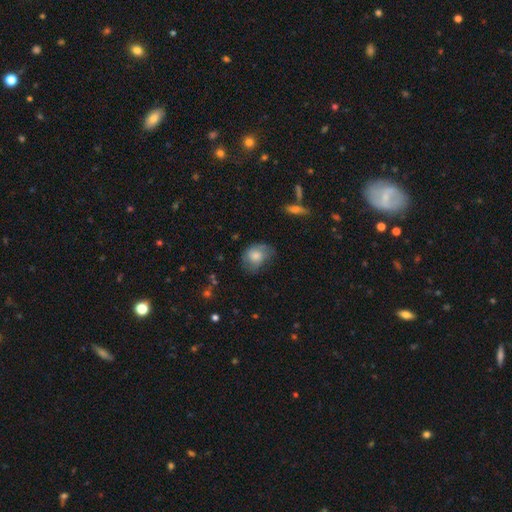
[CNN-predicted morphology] The model was most divided on "how rounded": in between: 55%, round: 44%, cigar-shaped: 1%. More confident: smooth or featured — smooth (70%); merging — none (53%).